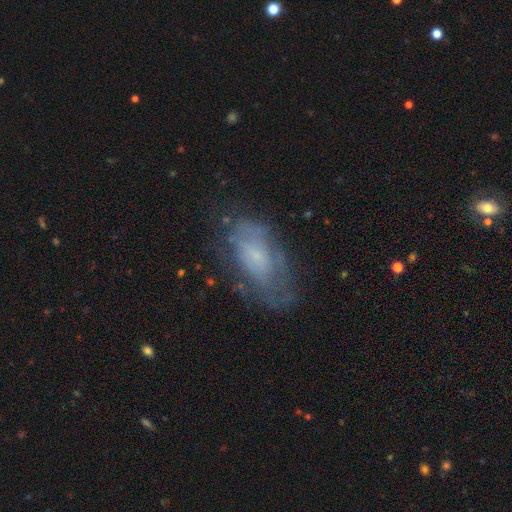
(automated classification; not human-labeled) A featured or disk galaxy (50%). Merging: none (61%).